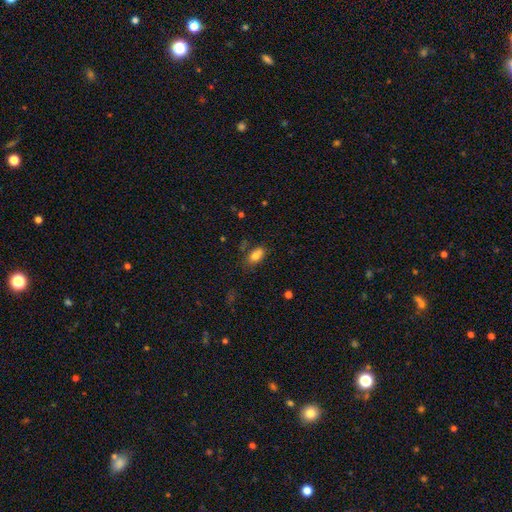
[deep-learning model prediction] smooth-or-featured: smooth: 77% | featured or disk: 13% | star or artifact: 10%
  how-rounded: in between: 85% | round: 11% | cigar-shaped: 5%
  merging: none: 57% | minor disturbance: 24% | merger: 11% | major disturbance: 8%